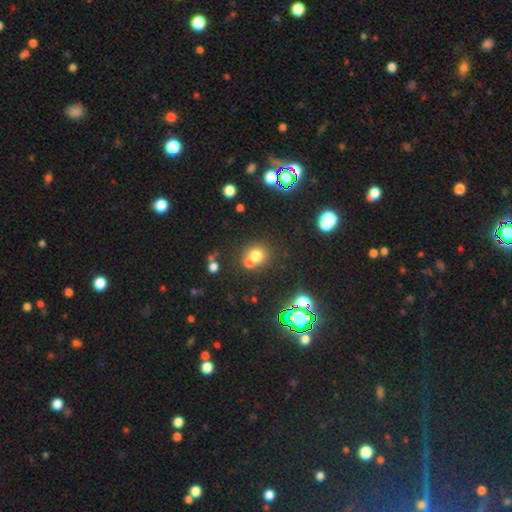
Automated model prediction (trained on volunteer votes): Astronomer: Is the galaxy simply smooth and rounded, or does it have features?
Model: smooth — 68%.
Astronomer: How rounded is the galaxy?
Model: round — 83%.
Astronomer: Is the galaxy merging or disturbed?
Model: merger — 46% (runner-up: none, 43%).